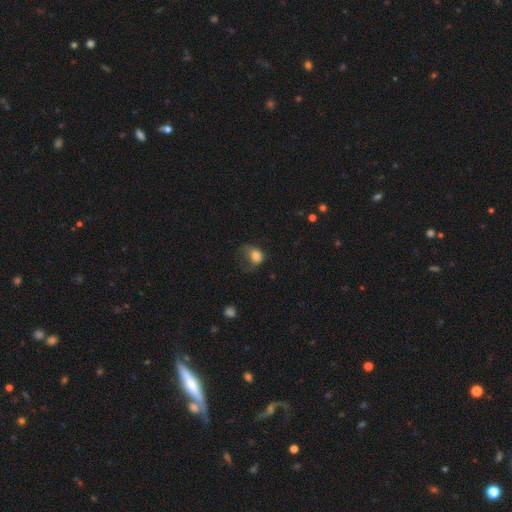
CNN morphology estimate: type=smooth (76%); roundness=in between (51%); merging=major disturbance (49%).